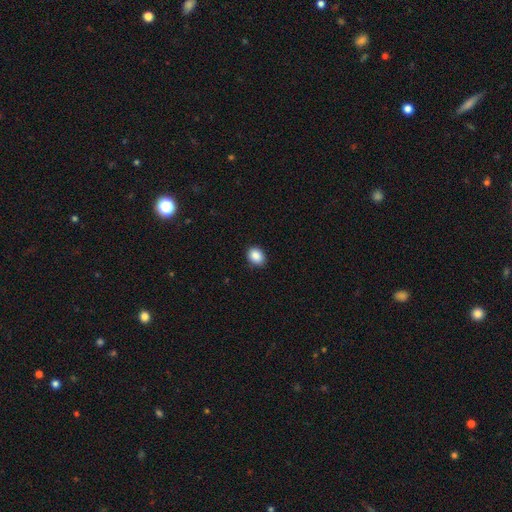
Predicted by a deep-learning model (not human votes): Morphology: type=smooth (88%); roundness=in between (56%); merging=none (87%).